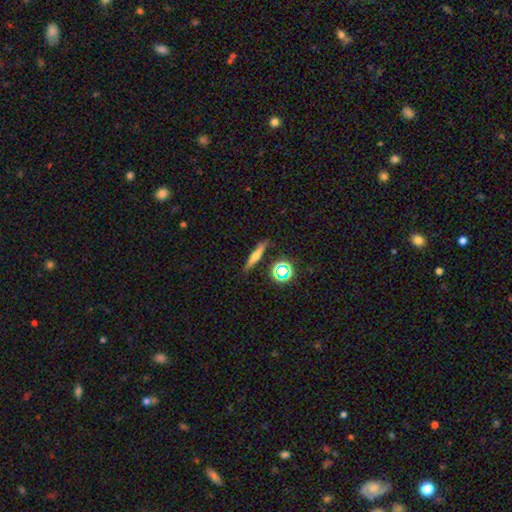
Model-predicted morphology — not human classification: type=smooth (54%); roundness=cigar-shaped (80%); merging=none (84%).